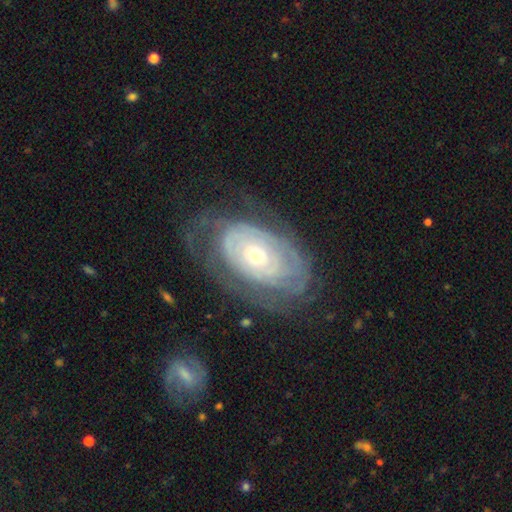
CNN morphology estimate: smooth_or_featured: featured or disk (p=0.78) [alt: smooth p=0.16]
disk_edge_on: no (p=0.94) [alt: yes p=0.06]
bar: no (p=0.82) [alt: weak p=0.13]
has_spiral_arms: yes (p=0.77) [alt: no p=0.23]
spiral_winding: tight (p=0.77) [alt: medium p=0.16]
spiral_arm_count: can't tell (p=0.59) [alt: 2 p=0.15]
bulge_size: small (p=0.58) [alt: moderate p=0.37]
merging: none (p=0.62) [alt: minor disturbance p=0.20]